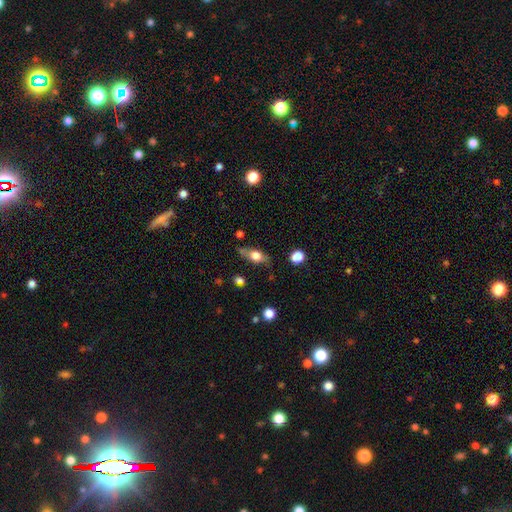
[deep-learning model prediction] The model was most divided on "smooth or featured": smooth: 60%, featured or disk: 32%, star or artifact: 8%. More confident: how rounded — in between (72%); merging — none (71%).